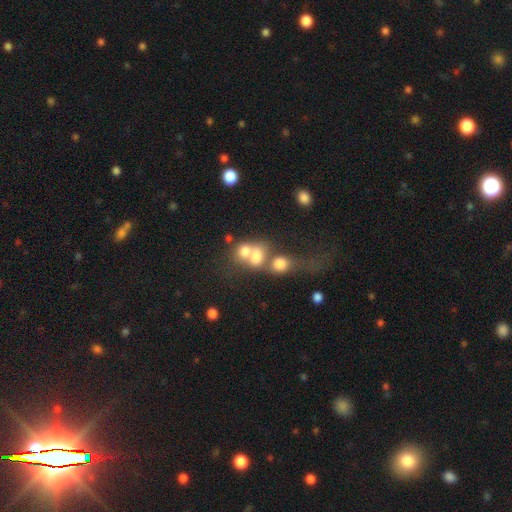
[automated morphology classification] Smooth or featured: smooth — 67% (featured or disk — 20%)
How rounded: round — 52% (in between — 47%)
Merging: merger — 65% (none — 20%)